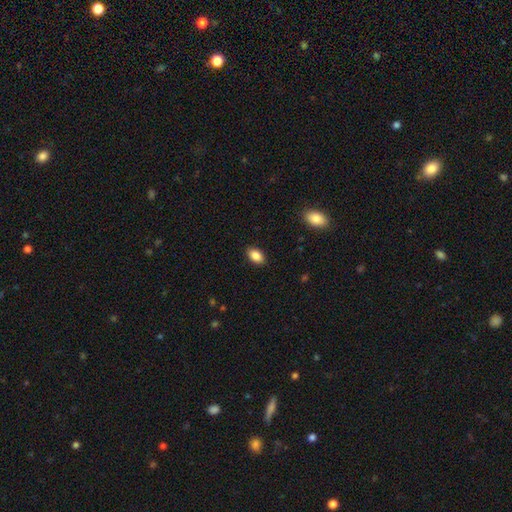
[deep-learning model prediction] A smooth galaxy with no disk features (87%) that is in between round and cigar-shaped (90%). Merging: none (88%).